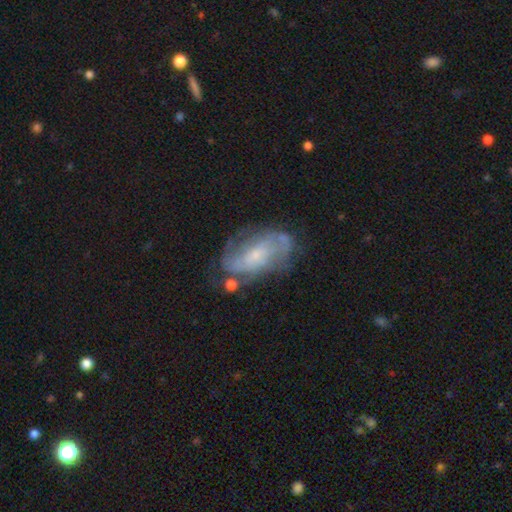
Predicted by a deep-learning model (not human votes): The model was most divided on "spiral winding": medium: 42%, tight: 36%, loose: 22%. Remaining: edge-on disk — no (95%); spiral arms — yes (82%); smooth or featured — featured or disk (75%); bulge size — small (66%); bar — no (56%); merging — none (54%); spiral arm count — 2 (42%).